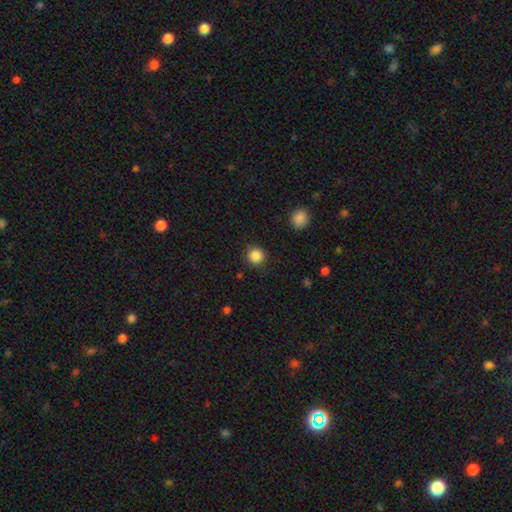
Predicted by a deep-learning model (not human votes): This is clearly a smooth galaxy (87%). How rounded: clearly round (93%). Merging: clearly none (89%).